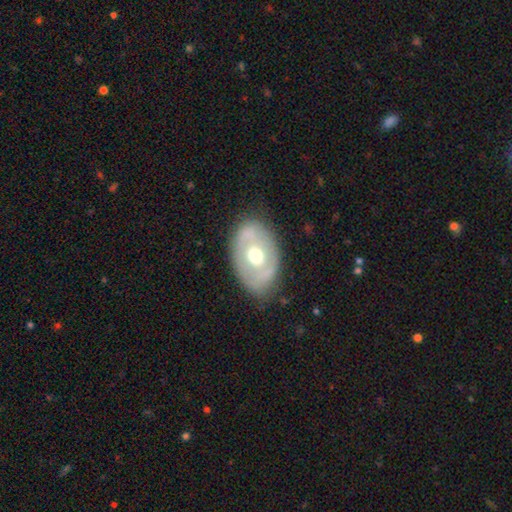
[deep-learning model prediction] Overall: featured or disk (60%; smooth 34%). Edge-on disk: no (92%). Bar: no (80%). Spiral arms: no (73%). Bulge size: moderate (76%). Merging: none (79%).